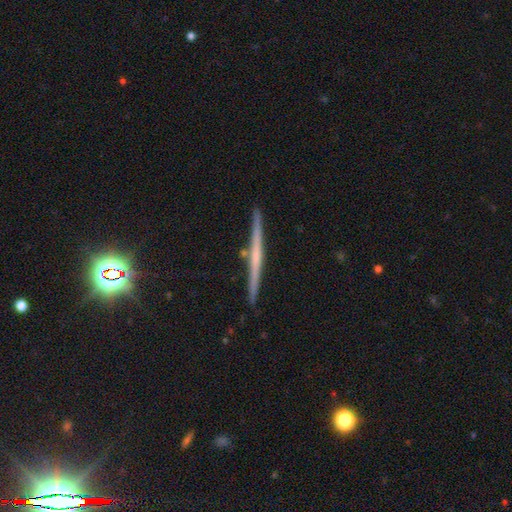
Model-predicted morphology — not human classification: Smooth or featured: featured or disk — 64% (smooth — 28%)
Edge-on disk: yes — 98% (no — 2%)
Edge-on bulge: none — 72% (rounded — 20%)
Merging: none — 90% (minor disturbance — 7%)